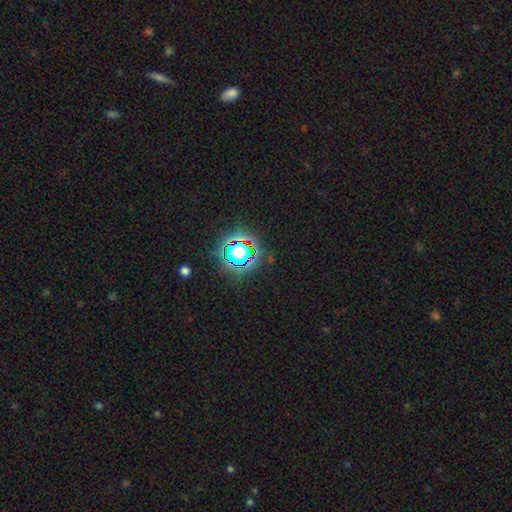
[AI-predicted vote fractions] smooth_or_featured: star or artifact (p=0.80) [alt: smooth p=0.12]